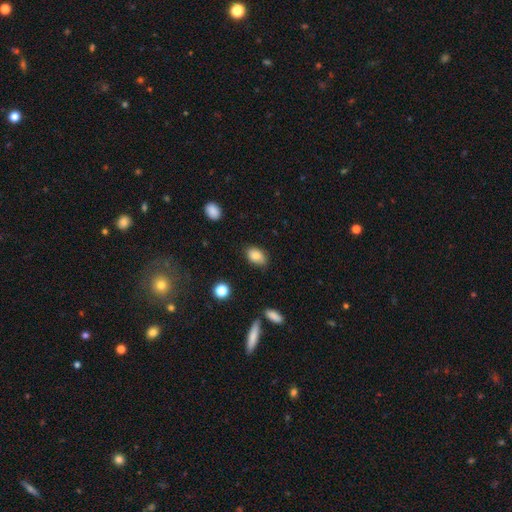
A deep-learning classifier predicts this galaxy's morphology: Q: Smooth or featured?
A: smooth (84%); runner-up: star or artifact (8%)
Q: How rounded?
A: in between (86%); runner-up: round (12%)
Q: Merging?
A: none (75%); runner-up: minor disturbance (20%)